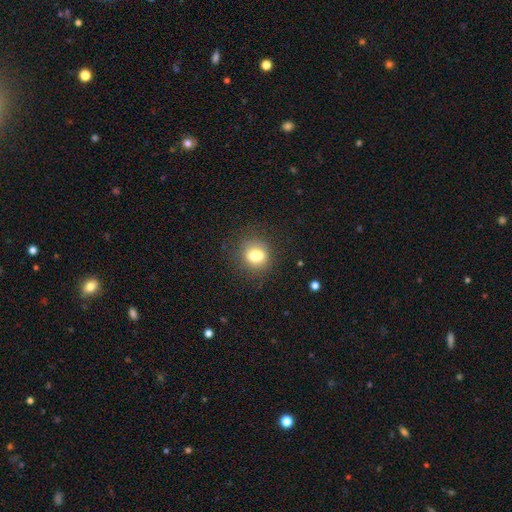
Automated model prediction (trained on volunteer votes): smooth 78%, featured or disk 11%, star or artifact 11%. Down the decision tree: how rounded — round (70%); merging — none (82%).